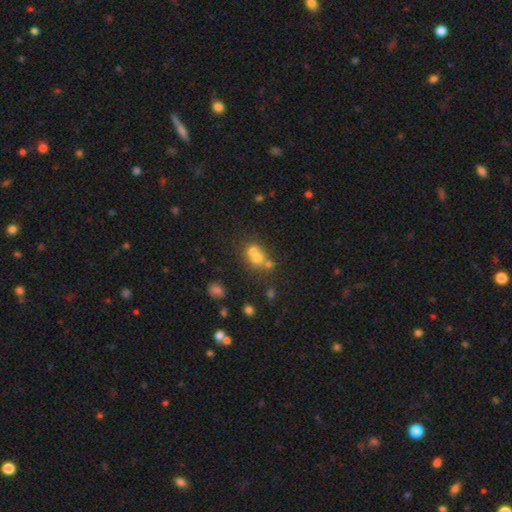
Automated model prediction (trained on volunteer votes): This appears to be a smooth galaxy with no disk features (61%) that is round (75%). Merging: merger (60%).